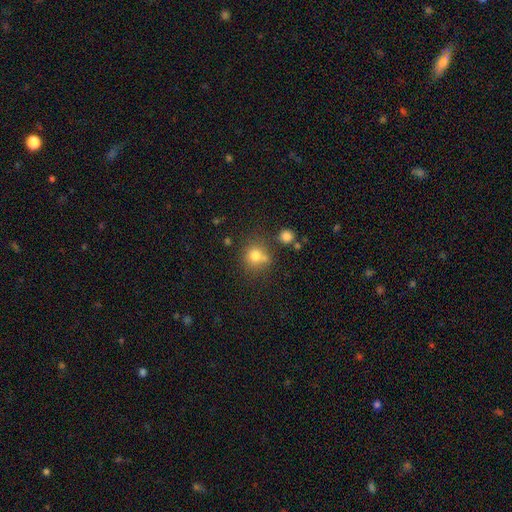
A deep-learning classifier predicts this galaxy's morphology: smooth 75%, star or artifact 14%, featured or disk 11%. Down the decision tree: how rounded — round (85%); merging — none (60%).